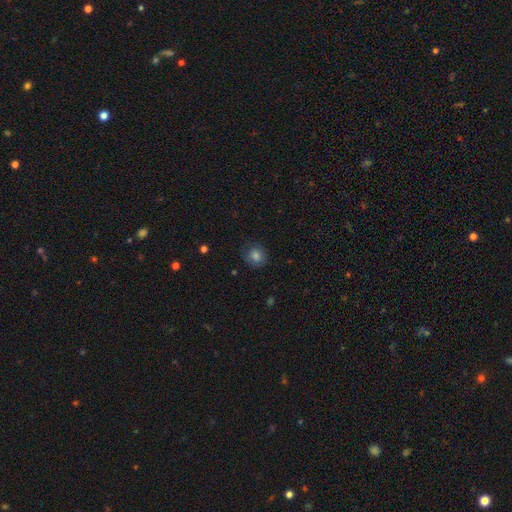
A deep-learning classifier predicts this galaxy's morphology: Smooth or featured? smooth (81%)
How rounded? round (81%)
Merging? none (82%)